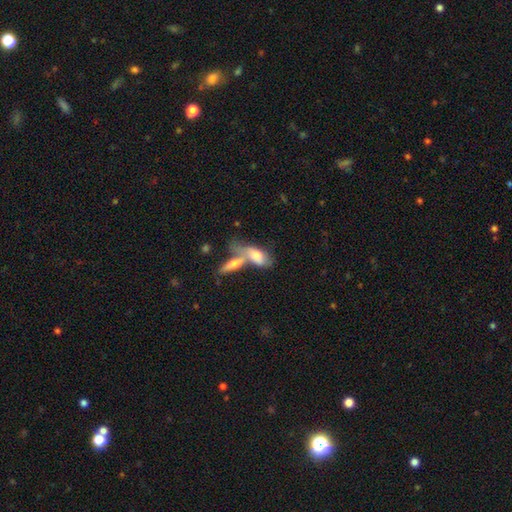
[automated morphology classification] Smooth or featured: smooth — 68% (featured or disk — 26%)
How rounded: in between — 76% (cigar-shaped — 21%)
Merging: merger — 58% (none — 25%)